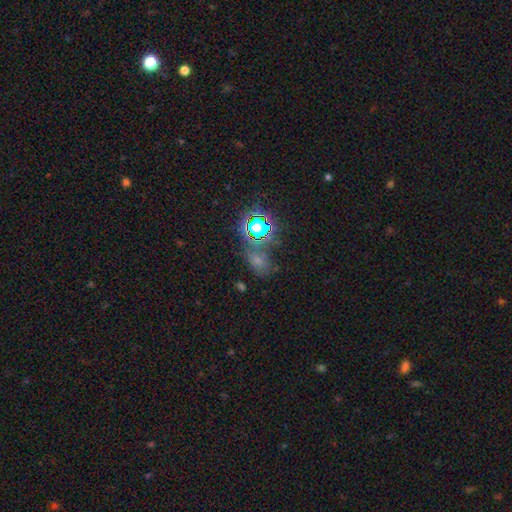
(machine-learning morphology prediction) A star or artifact, not a galaxy (65%).

Vote fractions:
- Smooth or featured? star or artifact: 65% / smooth: 26% / featured or disk: 10%